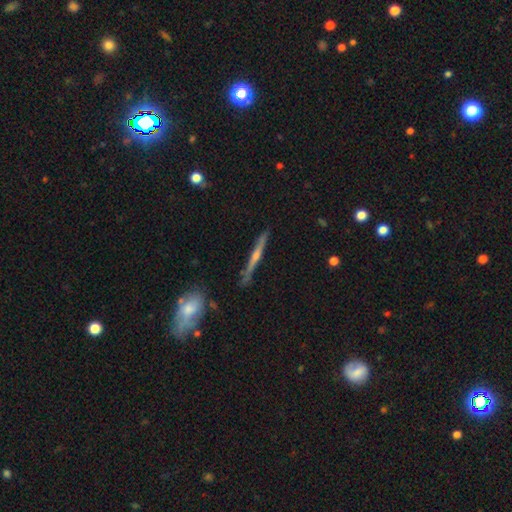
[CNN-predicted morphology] smooth-or-featured: featured or disk: 67% | smooth: 20% | star or artifact: 13%
  disk-edge-on: yes: 93% | no: 7%
    edge-on-bulge: rounded: 76% | none: 16% | boxy: 8%
  merging: none: 84% | minor disturbance: 10% | major disturbance: 3% | merger: 3%